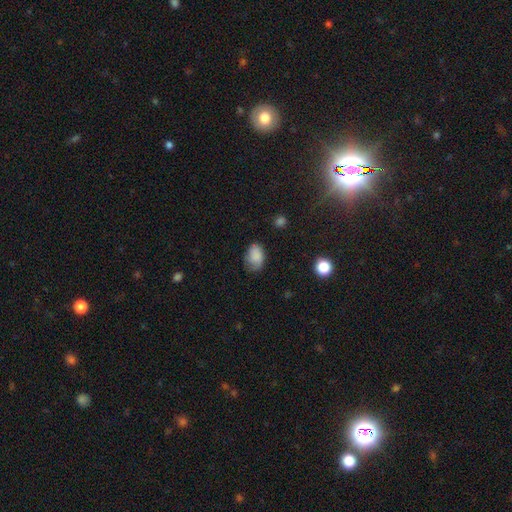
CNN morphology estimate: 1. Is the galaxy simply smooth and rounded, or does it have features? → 79% smooth, 12% featured or disk, 9% star or artifact.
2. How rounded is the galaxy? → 80% in between, 19% round, 1% cigar-shaped.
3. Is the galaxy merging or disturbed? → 62% none, 29% minor disturbance, 8% major disturbance, 2% merger.